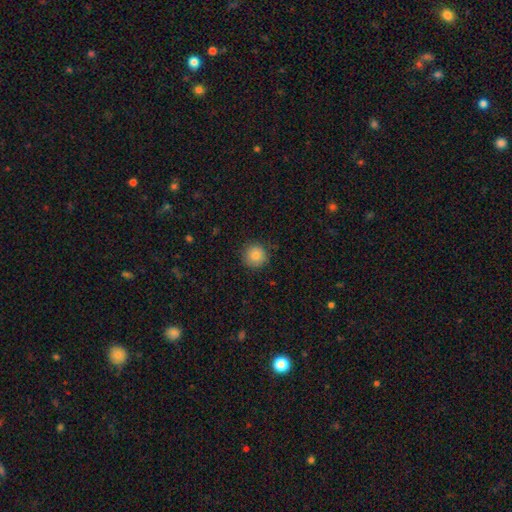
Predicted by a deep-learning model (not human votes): Smooth or featured: smooth — 84% (star or artifact — 10%)
How rounded: round — 94% (in between — 5%)
Merging: none — 86% (minor disturbance — 10%)